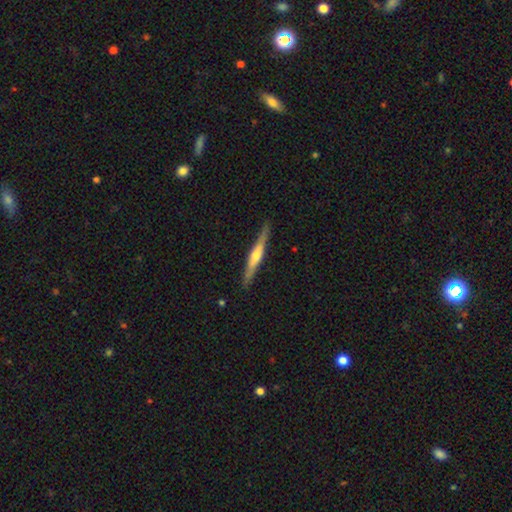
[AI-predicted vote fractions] Smooth or featured?
  - featured or disk: 67% *
  - smooth: 28%
  - star or artifact: 5%
Edge-on disk?
  - yes: 97% *
  - no: 3%
Edge-on bulge?
  - rounded: 83% *
  - none: 10%
  - boxy: 7%
Merging?
  - none: 89% *
  - minor disturbance: 9%
  - major disturbance: 2%
  - merger: 1%